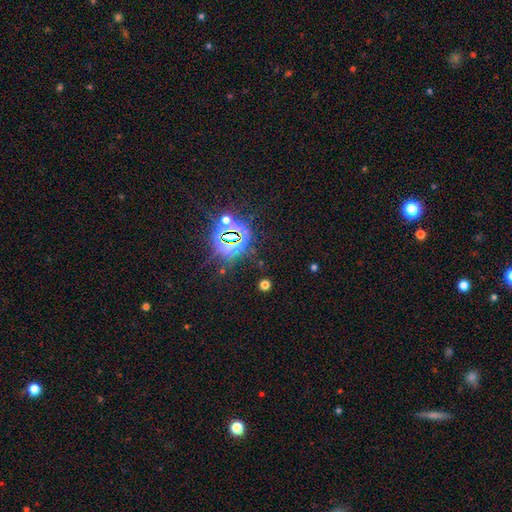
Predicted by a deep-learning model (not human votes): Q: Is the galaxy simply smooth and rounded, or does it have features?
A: star or artifact — 82%.